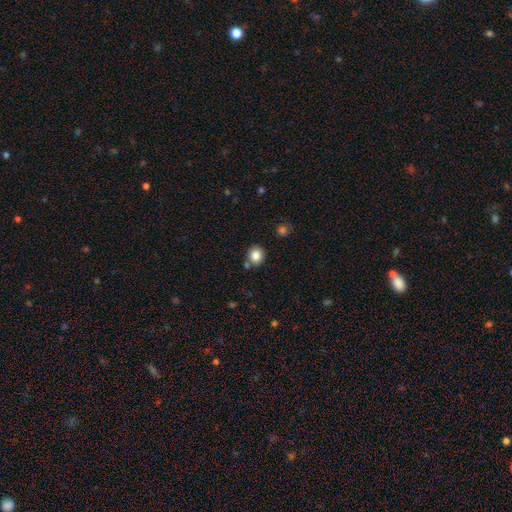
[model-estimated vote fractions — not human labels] This appears to be a smooth galaxy with no disk features (84%) that is round (81%). Merging: none (80%).